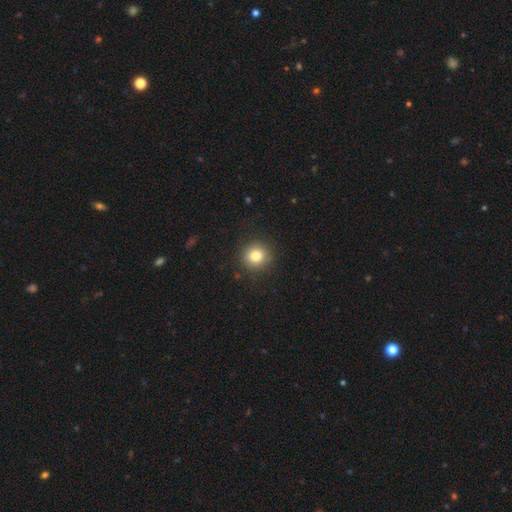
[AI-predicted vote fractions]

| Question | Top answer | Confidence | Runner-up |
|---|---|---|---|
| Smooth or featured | smooth | 81% | star or artifact (11%) |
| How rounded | round | 91% | in between (8%) |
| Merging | none | 90% | minor disturbance (6%) |